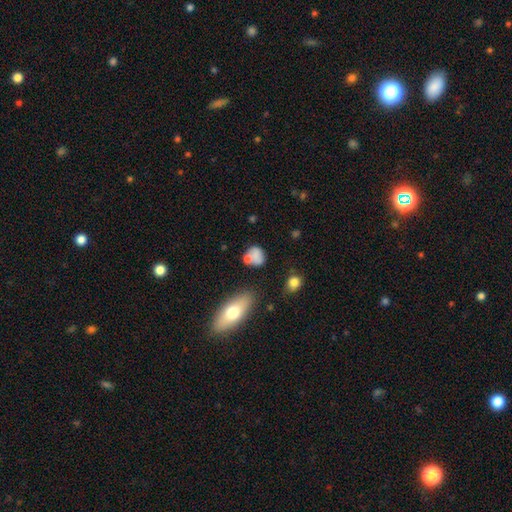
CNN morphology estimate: This is likely a smooth galaxy (71%). How rounded: possibly round (54%). Merging: possibly none (49%).